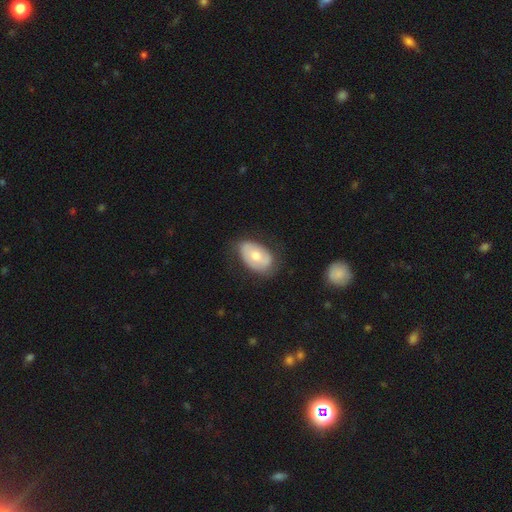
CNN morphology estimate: type=smooth (57%); roundness=in between (89%); merging=none (70%).